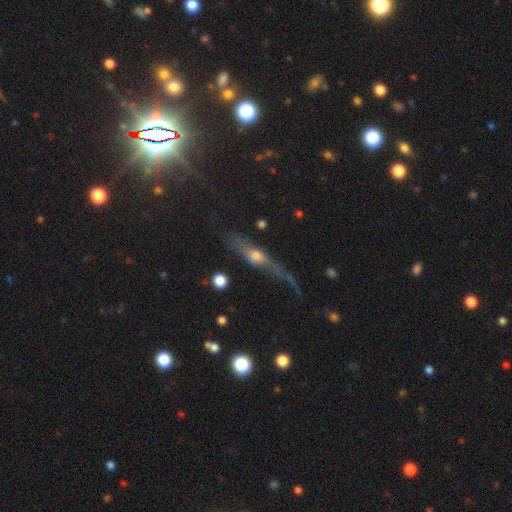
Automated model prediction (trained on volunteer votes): smooth_or_featured: featured or disk (p=0.60) [alt: smooth p=0.29]
disk_edge_on: yes (p=0.81) [alt: no p=0.19]
merging: none (p=0.52) [alt: minor disturbance p=0.22]